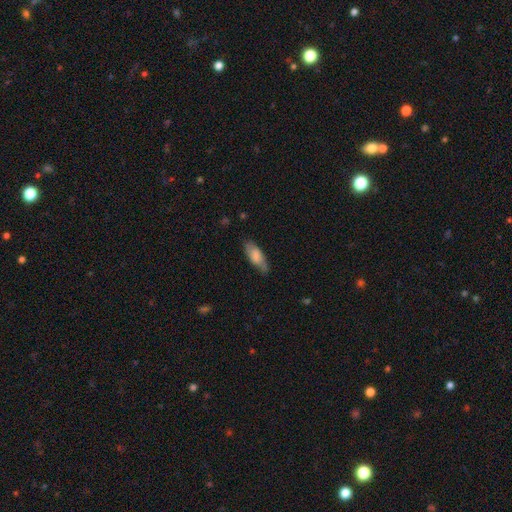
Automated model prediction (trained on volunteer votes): Smooth or featured?
  - smooth: 75% *
  - featured or disk: 19%
  - star or artifact: 6%
How rounded?
  - in between: 72% *
  - cigar-shaped: 26%
  - round: 2%
Merging?
  - none: 74% *
  - minor disturbance: 21%
  - major disturbance: 4%
  - merger: 1%